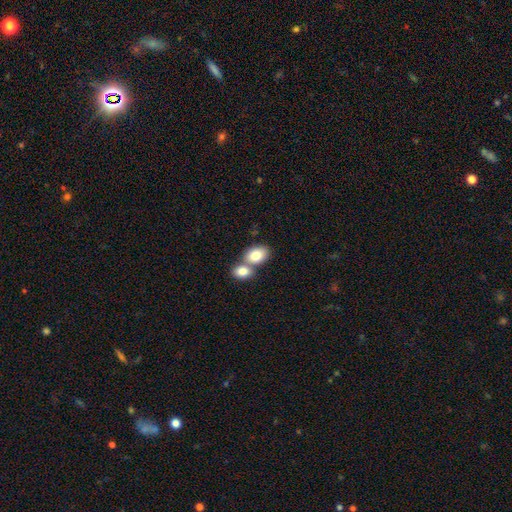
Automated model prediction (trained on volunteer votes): Overall: smooth (82%). How rounded: in between (82%). Merging: merger (59%; none 31%).